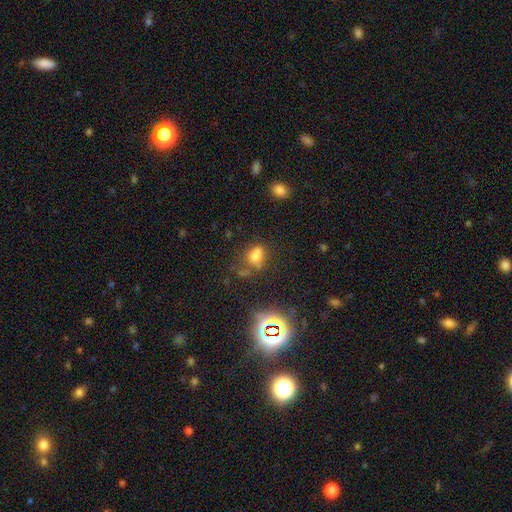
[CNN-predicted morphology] This appears to be a smooth galaxy with no disk features (62%) that is in between round and cigar-shaped (60%). Merging: none (43%).